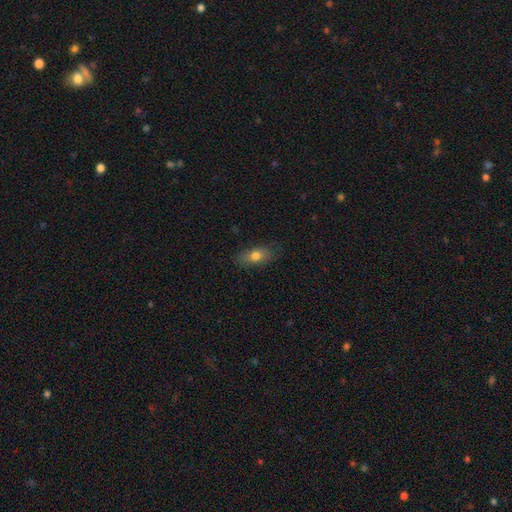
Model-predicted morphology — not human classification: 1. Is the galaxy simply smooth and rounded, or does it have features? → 75% smooth, 17% featured or disk, 8% star or artifact.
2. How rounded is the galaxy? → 80% in between, 13% cigar-shaped, 7% round.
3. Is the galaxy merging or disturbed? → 80% none, 15% minor disturbance, 4% major disturbance, 1% merger.